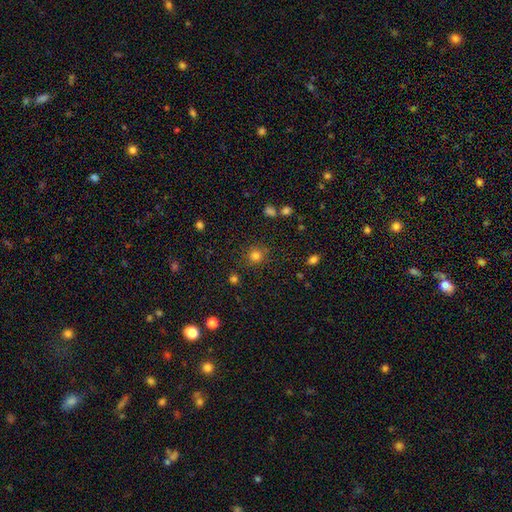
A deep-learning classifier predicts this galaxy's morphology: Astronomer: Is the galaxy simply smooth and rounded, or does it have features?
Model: smooth — 79%.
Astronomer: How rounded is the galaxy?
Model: round — 88%.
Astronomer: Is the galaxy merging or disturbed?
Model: none — 84%.